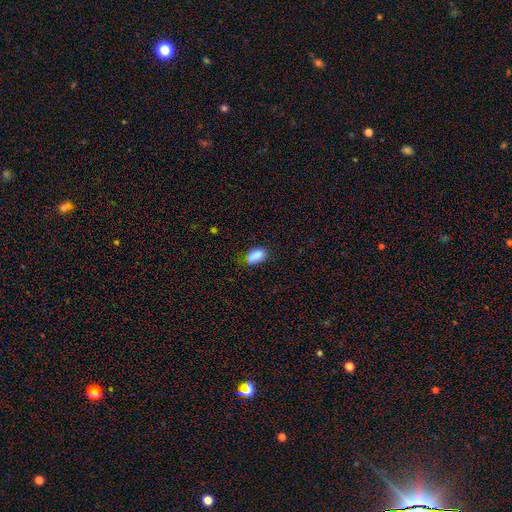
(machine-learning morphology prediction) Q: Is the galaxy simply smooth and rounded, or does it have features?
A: smooth — 88%.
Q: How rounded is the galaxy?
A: in between — 92%.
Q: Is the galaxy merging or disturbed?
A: none — 73%.